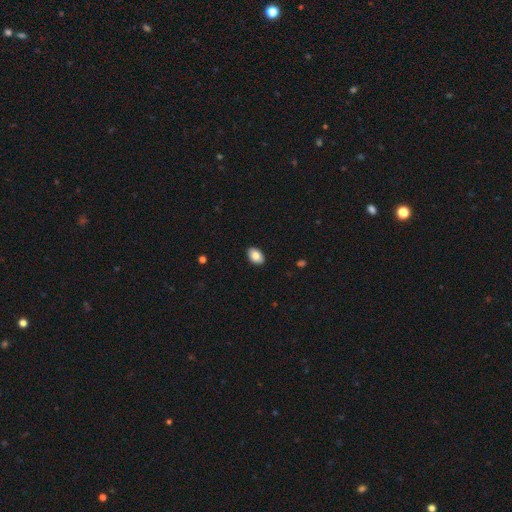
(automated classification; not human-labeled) Smooth or featured? Predicted: smooth (p=0.82). How rounded? Predicted: in between (p=0.88). Merging? Predicted: none (p=0.90).